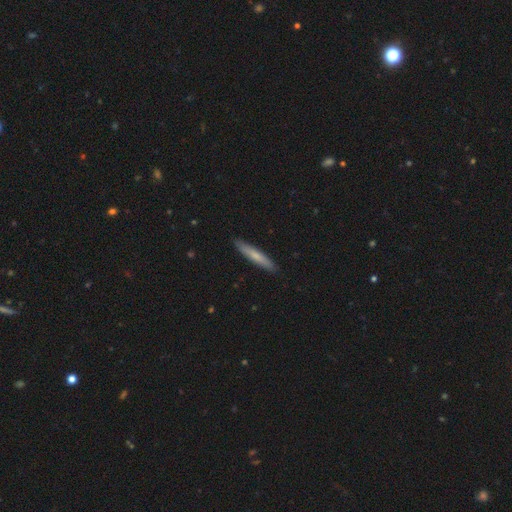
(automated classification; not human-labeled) Morphology: type=smooth (69%); roundness=cigar-shaped (94%); merging=none (91%).